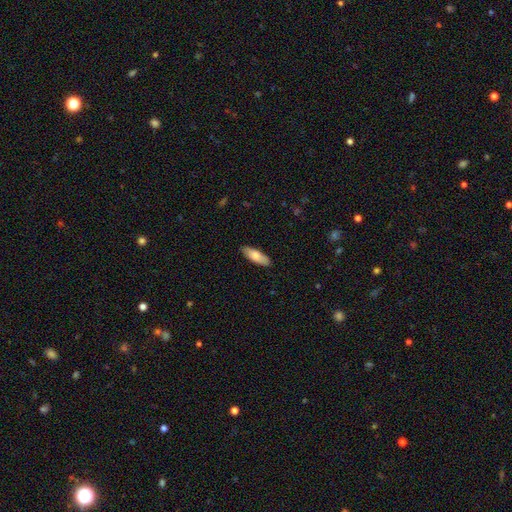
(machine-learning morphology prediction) smooth-or-featured: smooth: 77% | featured or disk: 18% | star or artifact: 5%
  how-rounded: in between: 56% | cigar-shaped: 42% | round: 2%
  merging: none: 88% | minor disturbance: 9% | major disturbance: 2% | merger: 1%